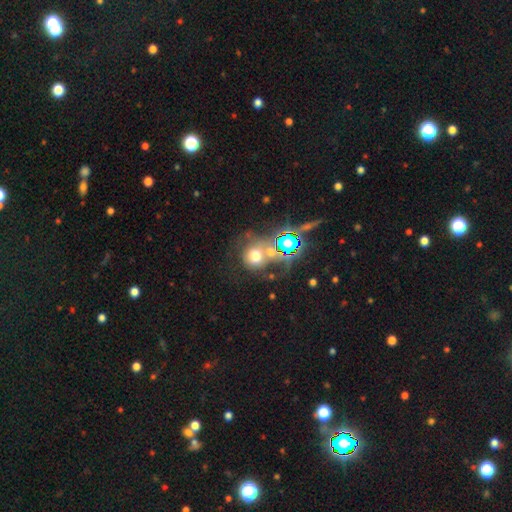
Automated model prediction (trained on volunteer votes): Smooth or featured?
  - smooth: 58% *
  - star or artifact: 24%
  - featured or disk: 18%
How rounded?
  - round: 83% *
  - in between: 16%
  - cigar-shaped: 1%
Merging?
  - none: 39% *
  - merger: 33%
  - major disturbance: 15%
  - minor disturbance: 13%